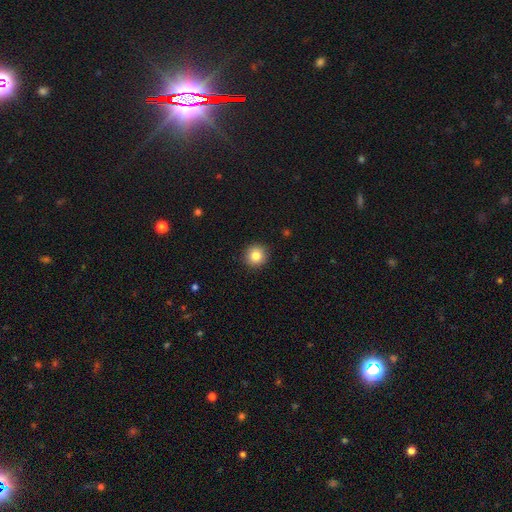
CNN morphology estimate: This appears to be a smooth galaxy with no disk features (84%) that is round (94%). Merging: none (92%).